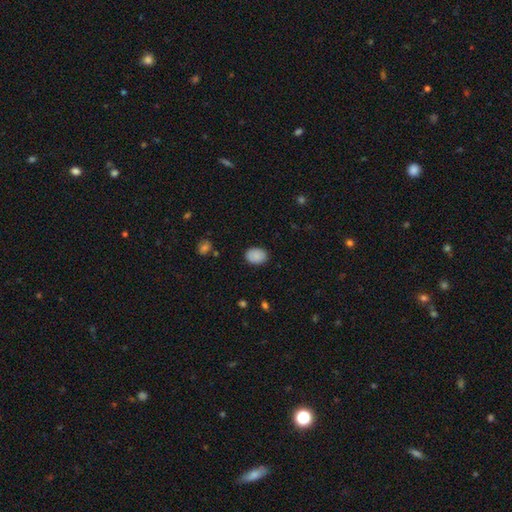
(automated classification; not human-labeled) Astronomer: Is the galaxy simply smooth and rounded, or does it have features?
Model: smooth — 89%.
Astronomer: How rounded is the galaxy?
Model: in between — 73%.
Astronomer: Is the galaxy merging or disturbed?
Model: none — 86%.